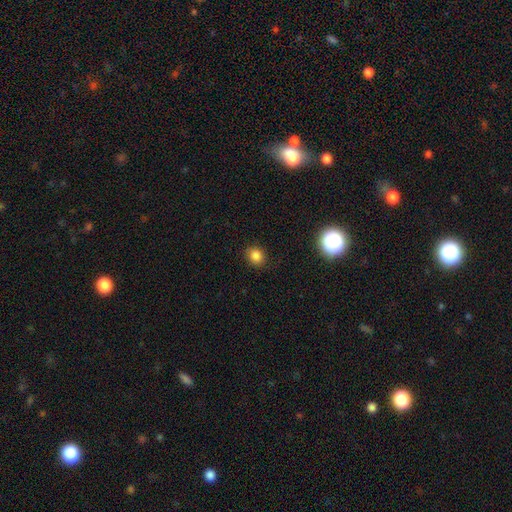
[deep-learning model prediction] Smooth or featured? smooth (83%)
How rounded? round (78%)
Merging? none (88%)